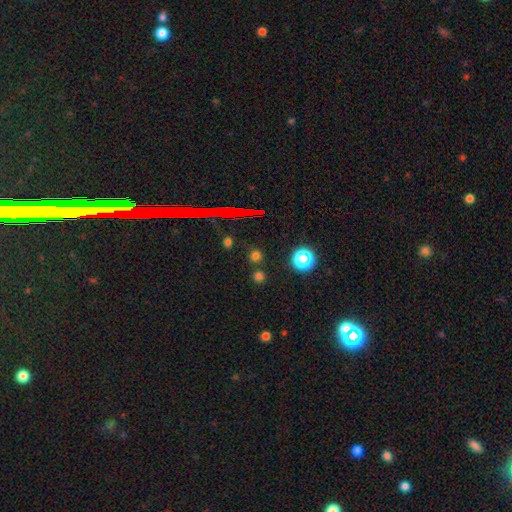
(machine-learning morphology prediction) A smooth galaxy with no disk features (64%) that is round (92%). Merging: none (83%).